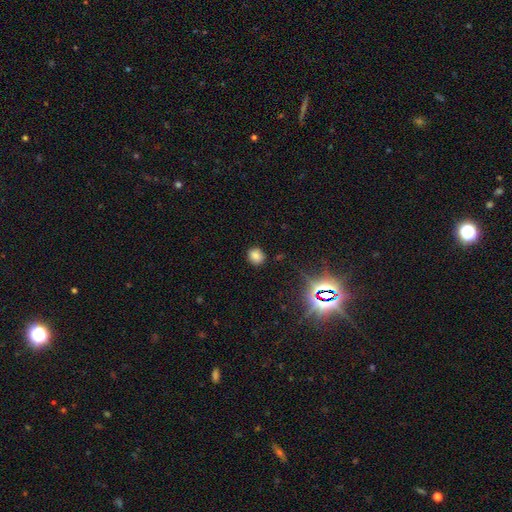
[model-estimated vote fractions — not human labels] smooth_or_featured: smooth (p=0.77) [alt: star or artifact p=0.16]
how_rounded: round (p=0.79) [alt: in between p=0.20]
merging: none (p=0.88) [alt: minor disturbance p=0.08]